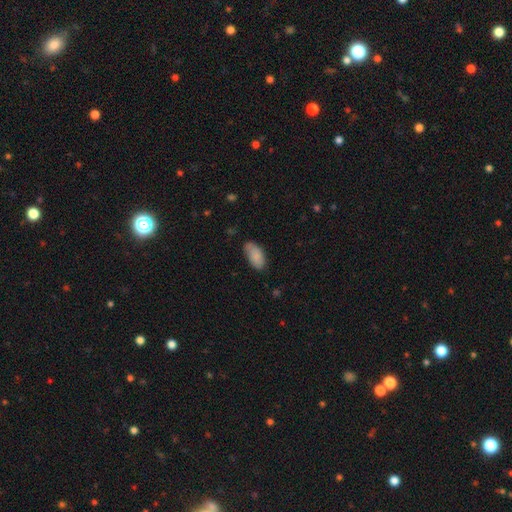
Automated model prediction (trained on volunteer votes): smooth 86%, featured or disk 8%, star or artifact 6%. Down the decision tree: how rounded — in between (94%); merging — none (69%).